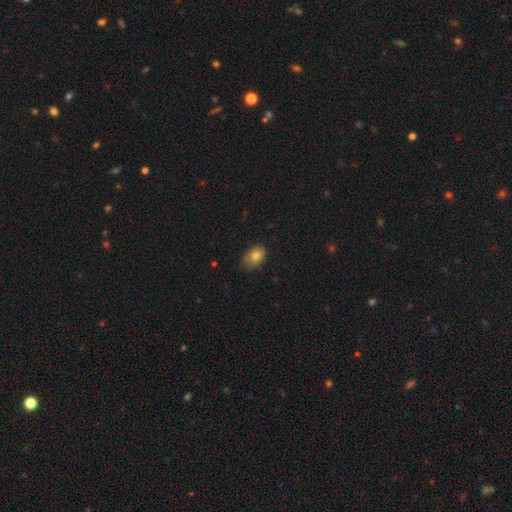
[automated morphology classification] The model was most divided on "merging": none: 60%, minor disturbance: 33%, major disturbance: 6%, merger: 1%. More confident: smooth or featured — smooth (78%); how rounded — in between (76%).